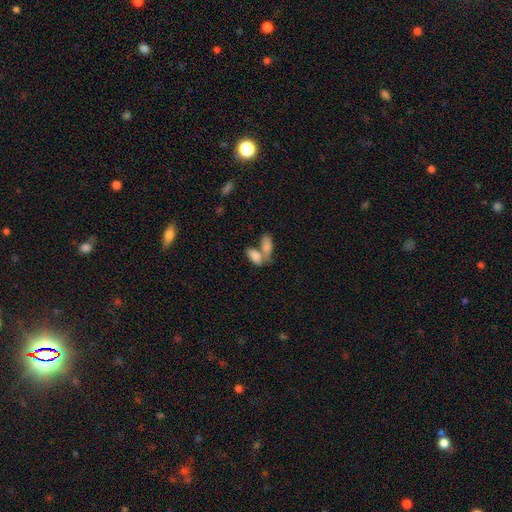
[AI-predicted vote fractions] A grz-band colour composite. It shows a smooth galaxy with no disk features (84%) that is in between round and cigar-shaped (92%). Merging: merger (57%).